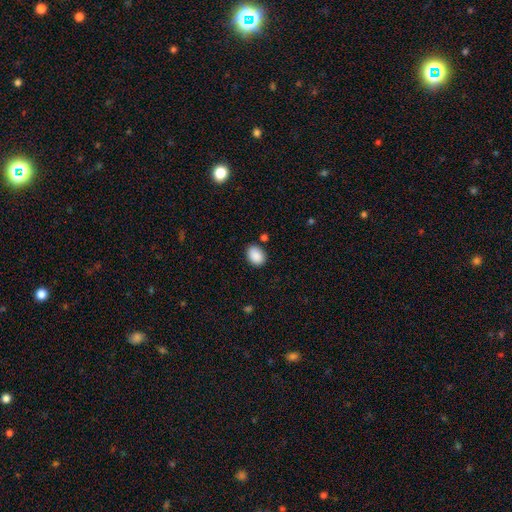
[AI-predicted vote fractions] Smooth or featured? Predicted: smooth (p=0.90). How rounded? Predicted: in between (p=0.75). Merging? Predicted: none (p=0.83).